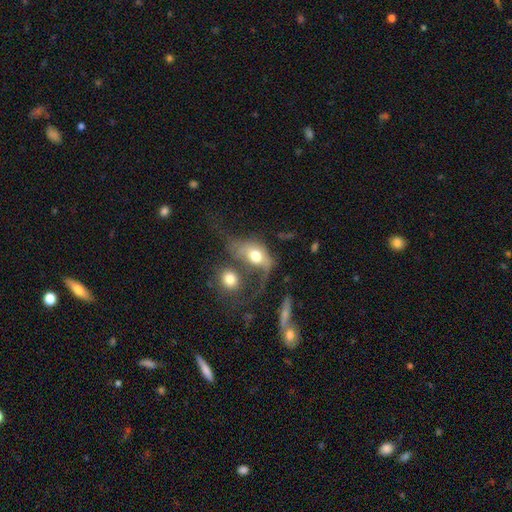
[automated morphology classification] Smooth or featured: smooth — 52% (featured or disk — 40%)
How rounded: in between — 74% (round — 23%)
Merging: merger — 37% (major disturbance — 36%)